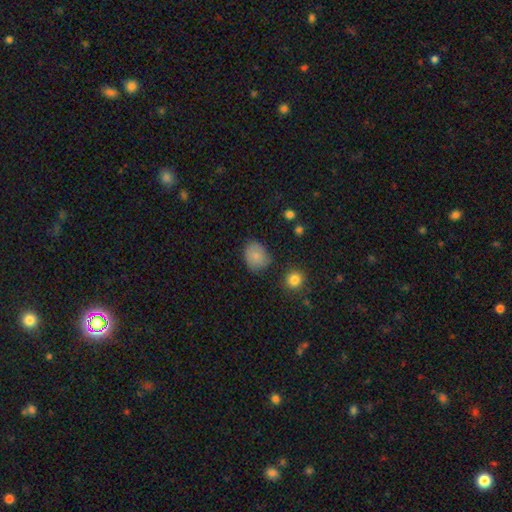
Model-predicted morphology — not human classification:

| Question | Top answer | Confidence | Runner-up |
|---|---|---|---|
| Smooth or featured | smooth | 83% | star or artifact (9%) |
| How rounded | round | 56% | in between (43%) |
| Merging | none | 72% | minor disturbance (20%) |